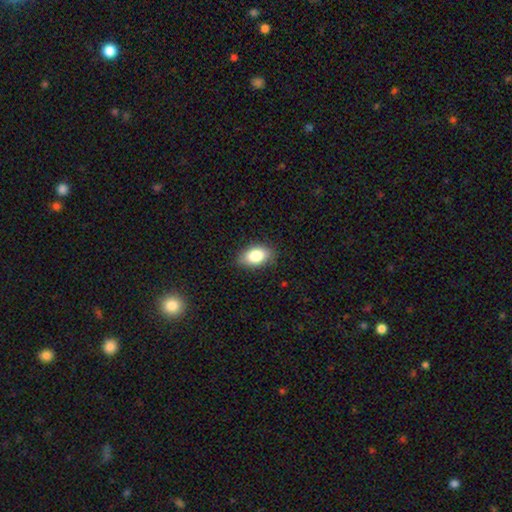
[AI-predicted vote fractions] Q: Smooth or featured?
A: smooth (83%); runner-up: featured or disk (9%)
Q: How rounded?
A: in between (90%); runner-up: round (8%)
Q: Merging?
A: none (84%); runner-up: minor disturbance (13%)